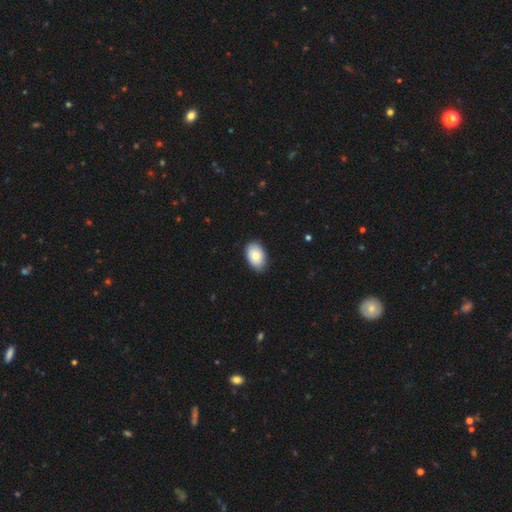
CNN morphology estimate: Smooth or featured?
  - smooth: 76% *
  - featured or disk: 17%
  - star or artifact: 7%
How rounded?
  - in between: 88% *
  - round: 11%
  - cigar-shaped: 1%
Merging?
  - none: 85% *
  - minor disturbance: 12%
  - major disturbance: 2%
  - merger: 1%